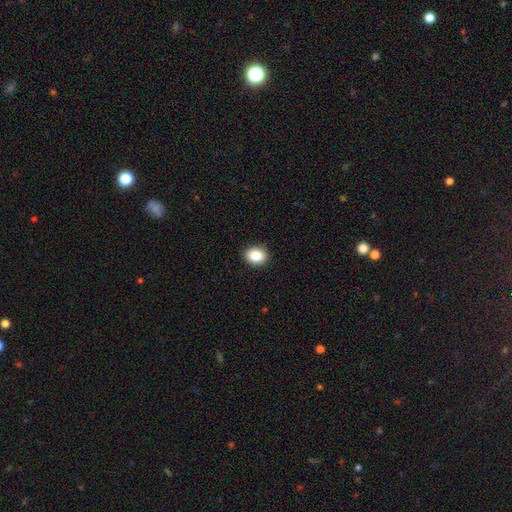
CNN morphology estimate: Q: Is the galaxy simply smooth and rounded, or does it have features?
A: smooth — 87%.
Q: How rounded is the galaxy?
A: in between — 55%.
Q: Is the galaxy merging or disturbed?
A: none — 90%.